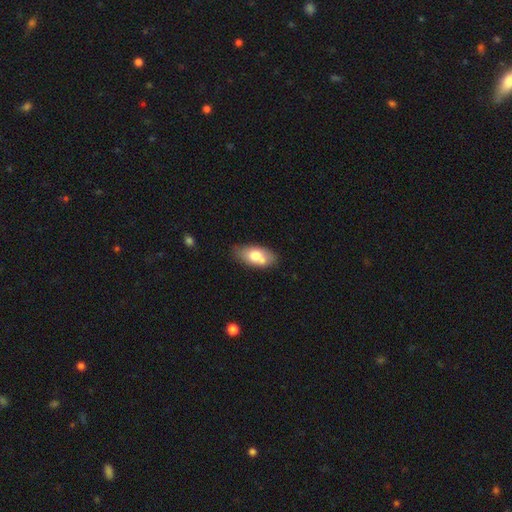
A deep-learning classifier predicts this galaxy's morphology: type=smooth (71%); roundness=in between (90%); merging=none (60%).